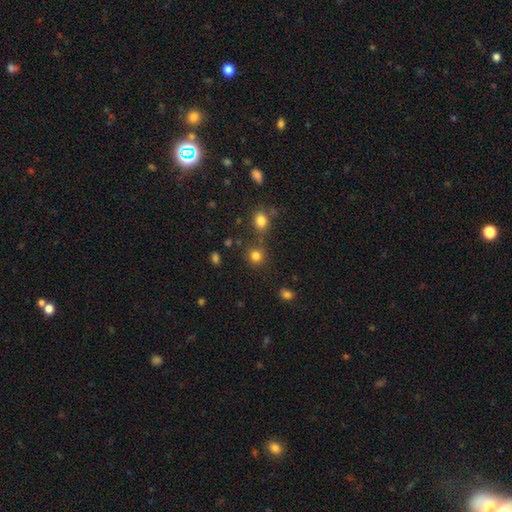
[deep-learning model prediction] Smooth or featured? Predicted: smooth (p=0.80). How rounded? Predicted: round (p=0.85). Merging? Predicted: none (p=0.73).